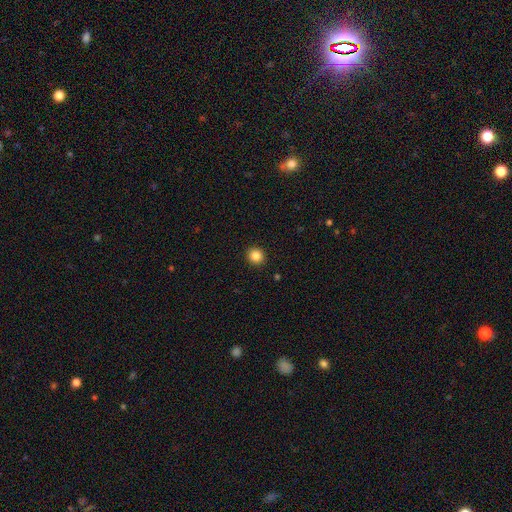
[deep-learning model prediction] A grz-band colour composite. It shows a smooth galaxy with no disk features (85%) that is round (91%). Merging: none (93%).